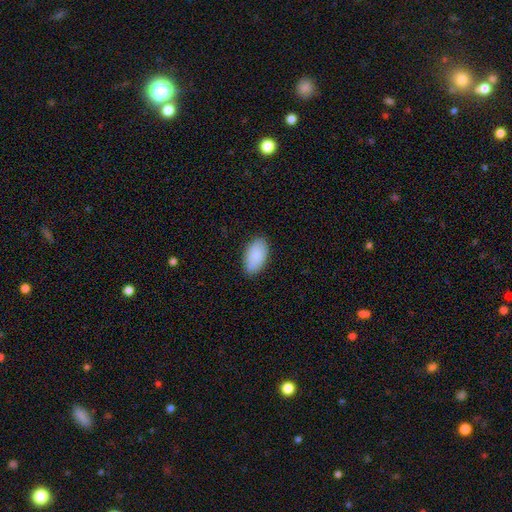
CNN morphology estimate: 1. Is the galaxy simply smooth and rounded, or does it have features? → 89% smooth, 6% star or artifact, 4% featured or disk.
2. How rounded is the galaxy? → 95% in between, 3% round, 2% cigar-shaped.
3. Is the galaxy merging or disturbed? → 85% none, 12% minor disturbance, 2% major disturbance, 1% merger.